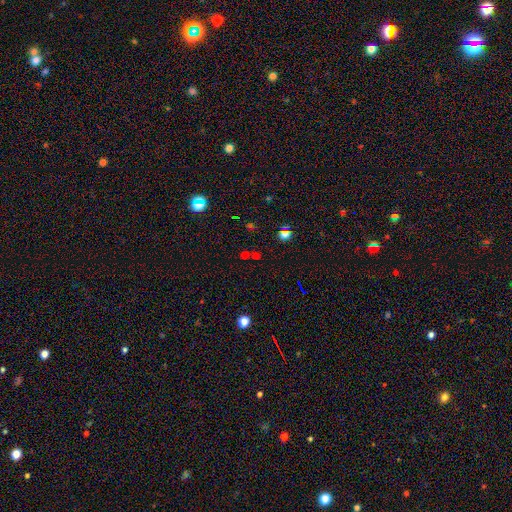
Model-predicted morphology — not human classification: The model was most divided on "smooth or featured": star or artifact: 49%, smooth: 42%, featured or disk: 9%.